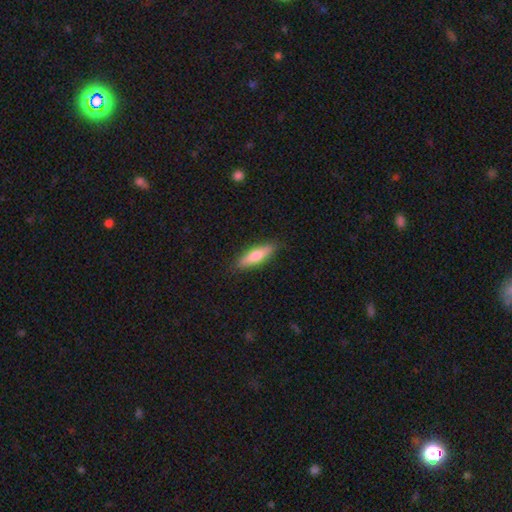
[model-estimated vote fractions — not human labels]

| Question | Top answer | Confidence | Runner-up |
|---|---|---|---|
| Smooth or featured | smooth | 69% | featured or disk (25%) |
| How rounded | cigar-shaped | 62% | in between (36%) |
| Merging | none | 87% | minor disturbance (10%) |